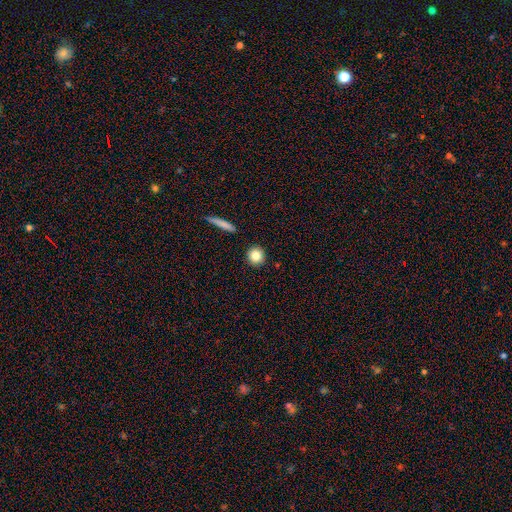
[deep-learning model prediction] The model was most divided on "smooth or featured": smooth: 83%, star or artifact: 9%, featured or disk: 8%. More confident: how rounded — round (92%); merging — none (91%).